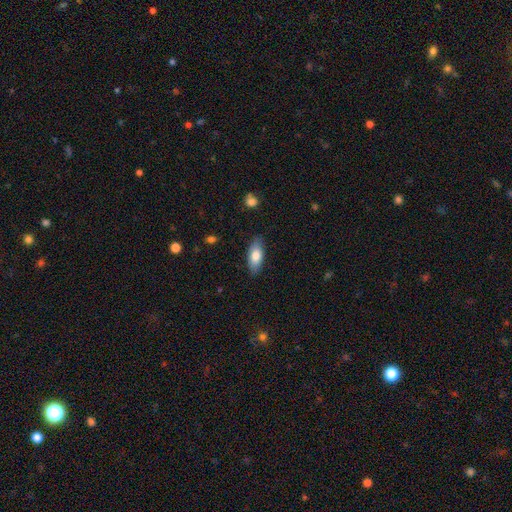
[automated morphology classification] Smooth or featured: smooth — 77% (featured or disk — 16%)
How rounded: in between — 82% (cigar-shaped — 16%)
Merging: none — 85% (minor disturbance — 11%)